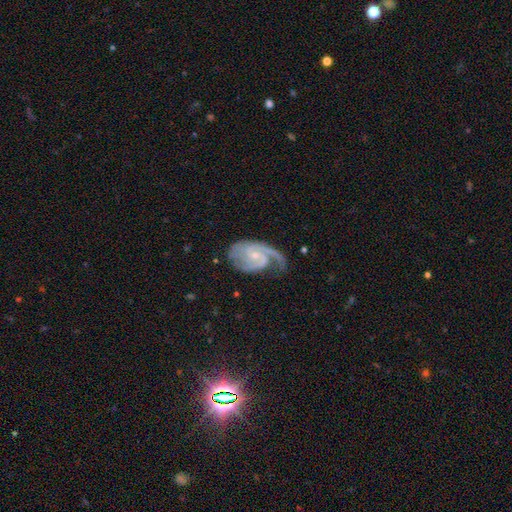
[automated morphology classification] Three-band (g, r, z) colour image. It shows a featured or disk galaxy (89%) with no bar (56%), 2 (60%) medium (48%) spiral arms (97%) and a small central bulge (69%). Merging: none (51%).